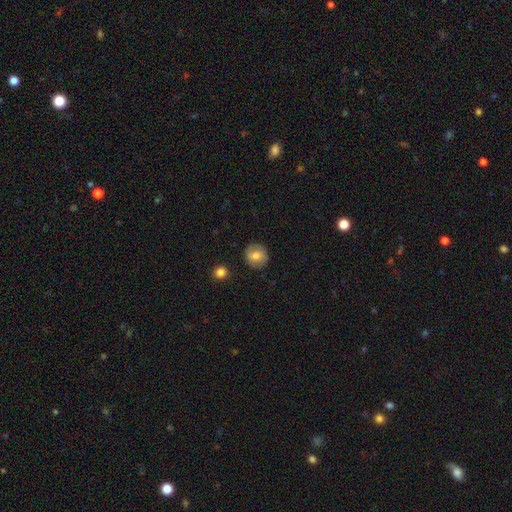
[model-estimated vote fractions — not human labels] Smooth or featured?
  - smooth: 75% *
  - featured or disk: 17%
  - star or artifact: 8%
How rounded?
  - round: 85% *
  - in between: 14%
  - cigar-shaped: 1%
Merging?
  - none: 87% *
  - minor disturbance: 9%
  - major disturbance: 2%
  - merger: 2%